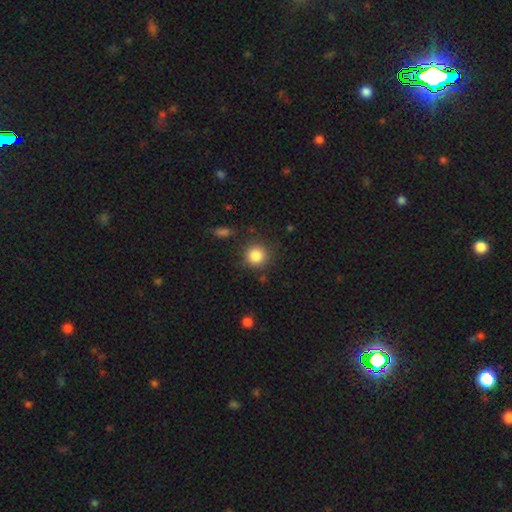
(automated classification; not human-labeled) smooth_or_featured: smooth (p=0.85) [alt: star or artifact p=0.10]
how_rounded: round (p=0.92) [alt: in between p=0.07]
merging: none (p=0.85) [alt: minor disturbance p=0.09]